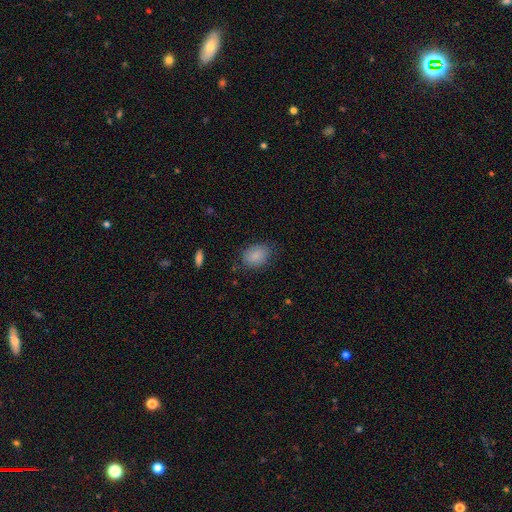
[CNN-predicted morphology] Smooth or featured?
  - smooth: 86% *
  - star or artifact: 8%
  - featured or disk: 7%
How rounded?
  - in between: 69% *
  - round: 30%
  - cigar-shaped: 1%
Merging?
  - none: 74% *
  - minor disturbance: 20%
  - major disturbance: 5%
  - merger: 1%